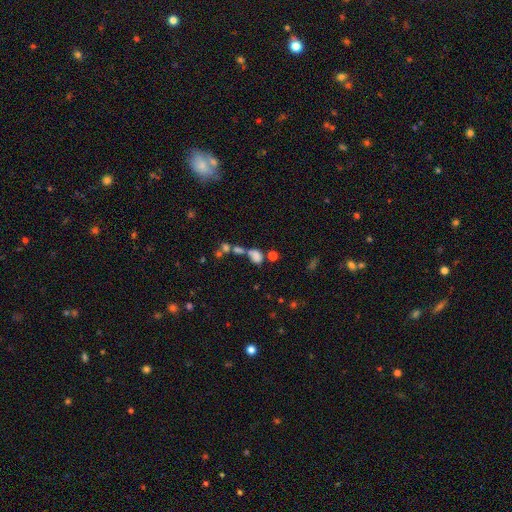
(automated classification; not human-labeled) This is likely a smooth galaxy (69%). How rounded: possibly in between (58%). Merging: possibly merger (47%).